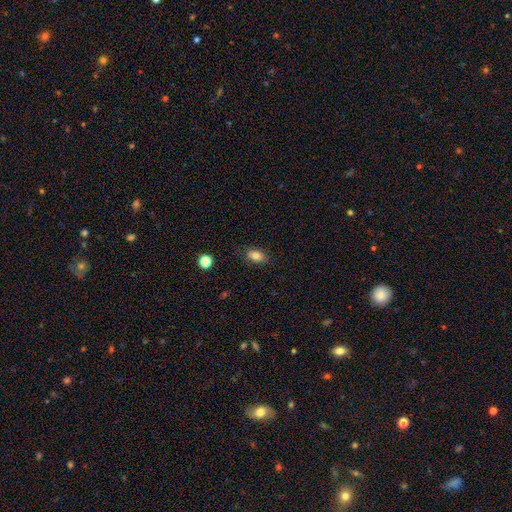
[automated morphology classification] The model was most divided on "merging": none: 82%, minor disturbance: 13%, major disturbance: 3%, merger: 2%. More confident: how rounded — in between (88%); smooth or featured — smooth (80%).